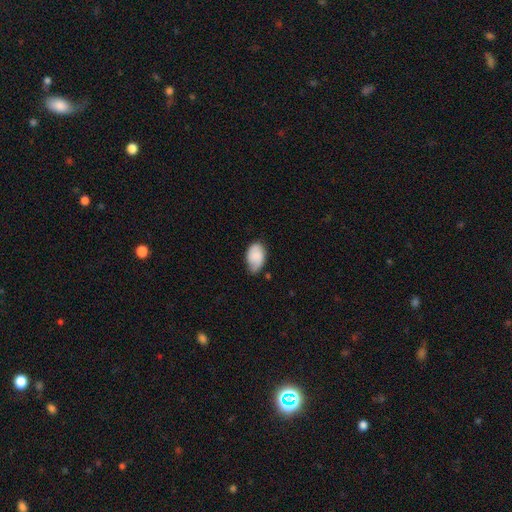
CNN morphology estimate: smooth-or-featured: smooth: 75% | featured or disk: 17% | star or artifact: 7%
  how-rounded: in between: 90% | round: 8% | cigar-shaped: 1%
  merging: none: 50% | minor disturbance: 39% | major disturbance: 9% | merger: 2%